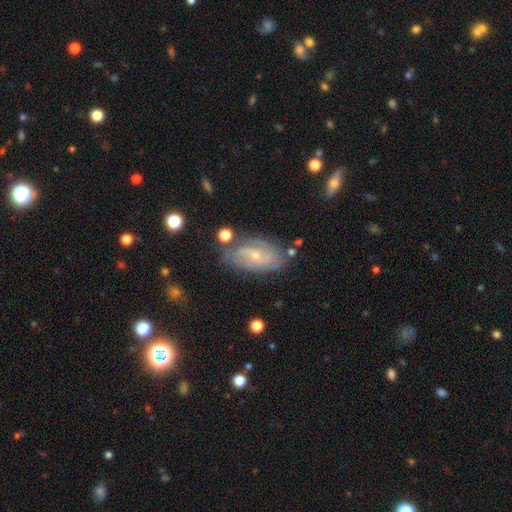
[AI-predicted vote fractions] A featured or disk galaxy (76%) with no bar (58%), 2 (36%) tight (46%) spiral arms (90%) and a small central bulge (75%). Merging: none (68%).